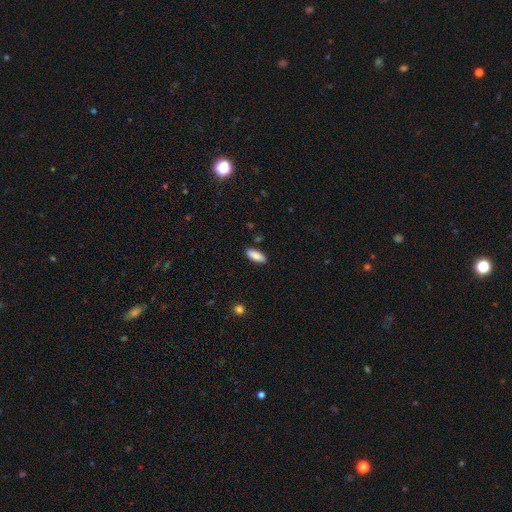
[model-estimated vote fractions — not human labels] Overall: smooth (86%). How rounded: in between (81%). Merging: none (88%).